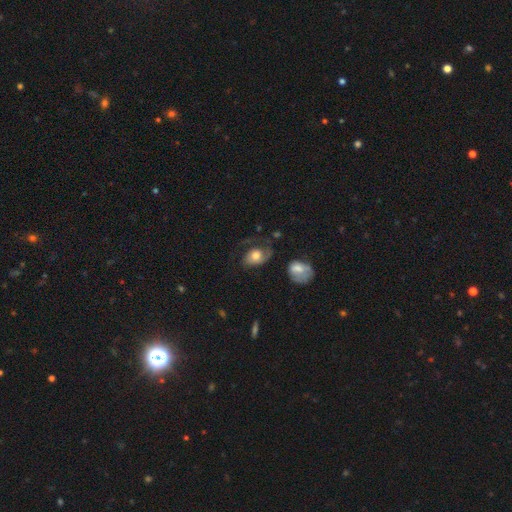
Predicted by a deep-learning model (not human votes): Smooth or featured? smooth (48%)
Merging? major disturbance (36%, tied with none)